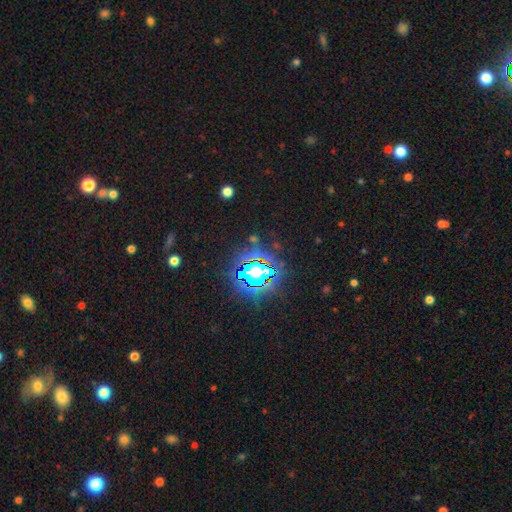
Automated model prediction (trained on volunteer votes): Morphology: type=star or artifact (83%).